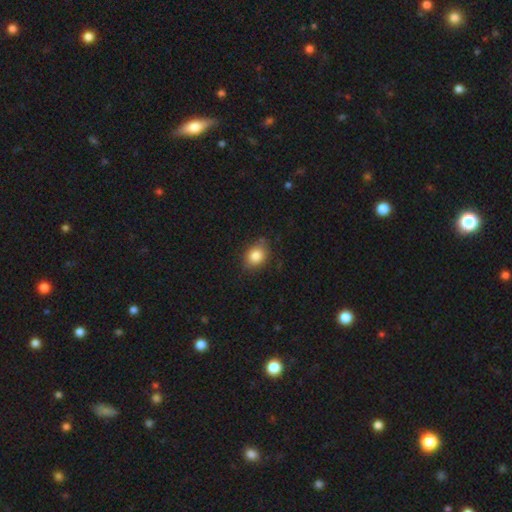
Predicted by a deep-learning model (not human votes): Overall: smooth (83%). How rounded: in between (60%; round 39%). Merging: none (76%).